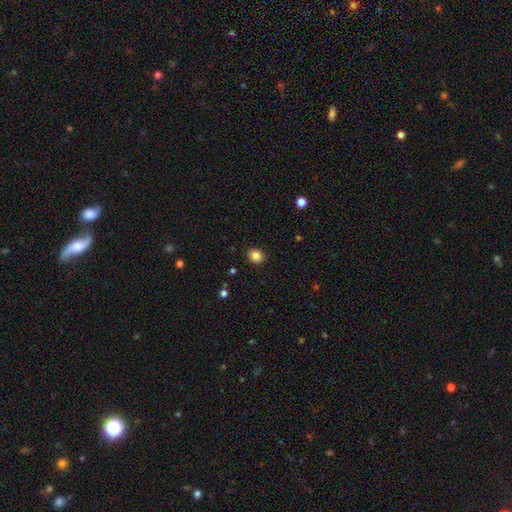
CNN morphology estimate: Overall: smooth (85%). How rounded: round (59%; in between 40%). Merging: none (90%).